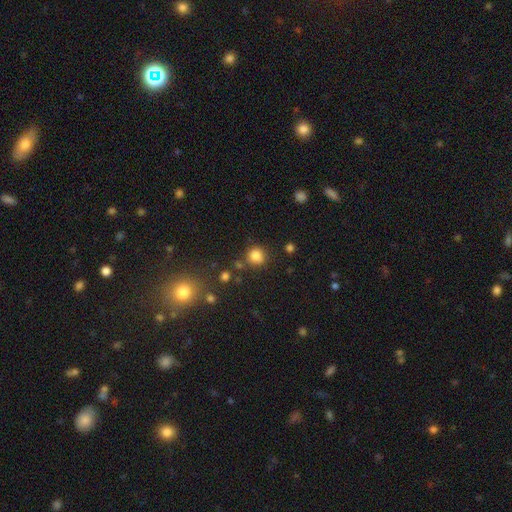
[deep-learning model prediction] This appears to be a smooth galaxy with no disk features (82%) that is round (87%). Merging: none (75%).